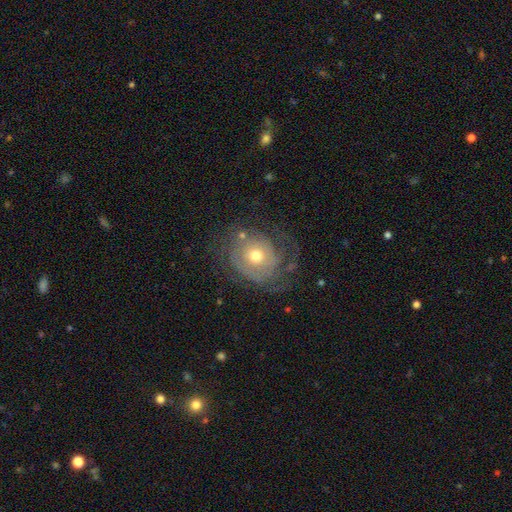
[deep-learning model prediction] Smooth or featured? Predicted: featured or disk (p=0.65). Edge-on disk? Predicted: no (p=0.96). Bar? Predicted: no (p=0.83). Spiral arms? Predicted: yes (p=0.71). Bulge size? Predicted: moderate (p=0.62). Merging? Predicted: none (p=0.55).